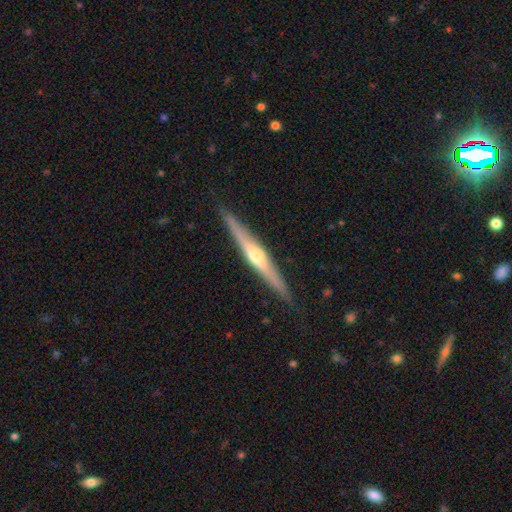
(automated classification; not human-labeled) A featured or disk galaxy (73%) viewed edge-on (97%) with a rounded central bulge (81%).

Vote fractions:
- Smooth or featured? featured or disk: 73% / smooth: 22% / star or artifact: 5%
- Edge-on disk? yes: 97% / no: 3%
- Edge-on bulge? rounded: 81% / none: 13% / boxy: 6%
- Merging? none: 89% / minor disturbance: 8% / major disturbance: 2% / merger: 1%